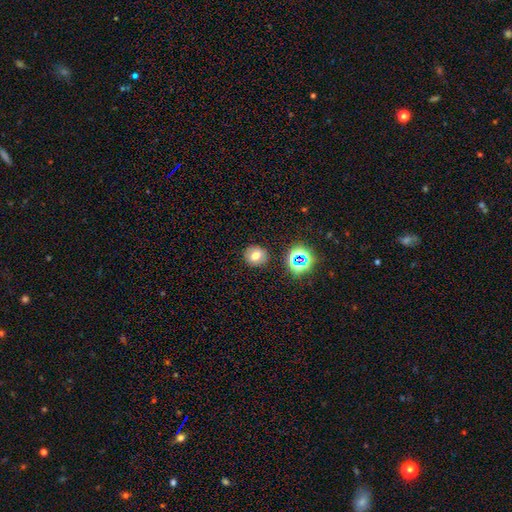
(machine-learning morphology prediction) Q: Smooth or featured?
A: smooth (68%); runner-up: star or artifact (18%)
Q: How rounded?
A: round (83%); runner-up: in between (16%)
Q: Merging?
A: none (88%); runner-up: minor disturbance (7%)